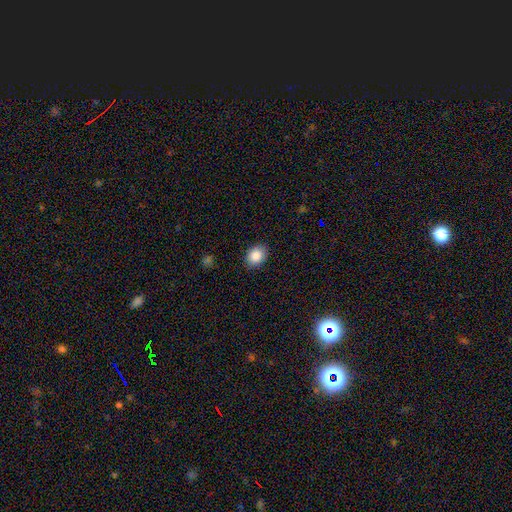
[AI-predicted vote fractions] smooth_or_featured: smooth (p=0.87) [alt: star or artifact p=0.08]
how_rounded: in between (p=0.61) [alt: round p=0.38]
merging: none (p=0.88) [alt: minor disturbance p=0.08]